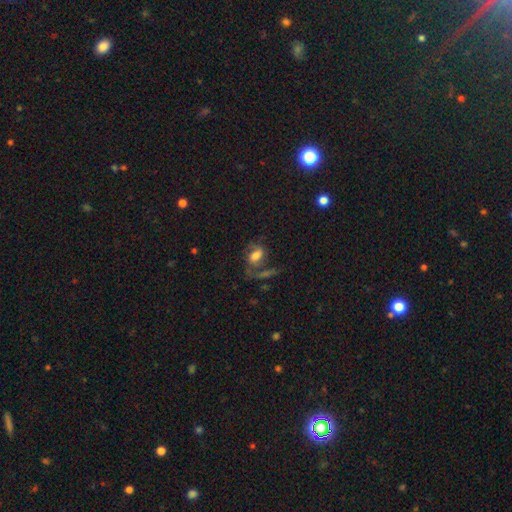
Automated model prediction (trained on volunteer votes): Smooth or featured? Predicted: smooth (p=0.46). Merging? Predicted: none (p=0.40).